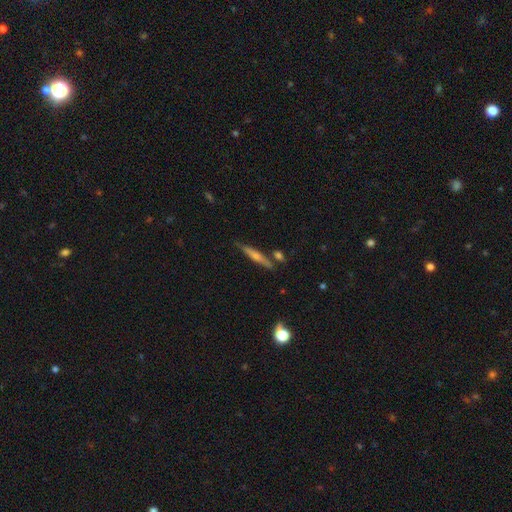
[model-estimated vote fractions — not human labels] smooth-or-featured: featured or disk: 64% | smooth: 30% | star or artifact: 7%
  disk-edge-on: yes: 96% | no: 4%
    edge-on-bulge: rounded: 79% | none: 14% | boxy: 6%
  merging: none: 82% | minor disturbance: 11% | merger: 6% | major disturbance: 2%